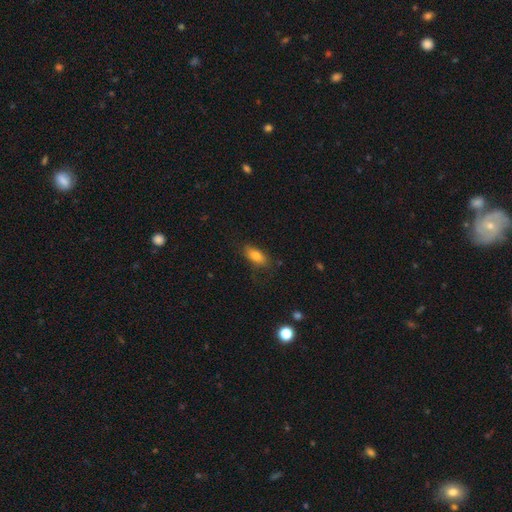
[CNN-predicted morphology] smooth 79%, featured or disk 12%, star or artifact 8%. Down the decision tree: how rounded — in between (83%); merging — none (77%).